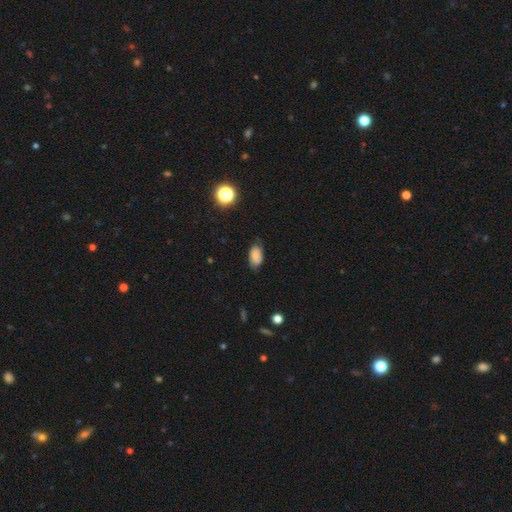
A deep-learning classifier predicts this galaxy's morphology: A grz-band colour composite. It shows a smooth galaxy with no disk features (77%) that is in between round and cigar-shaped (92%). Merging: none (71%).